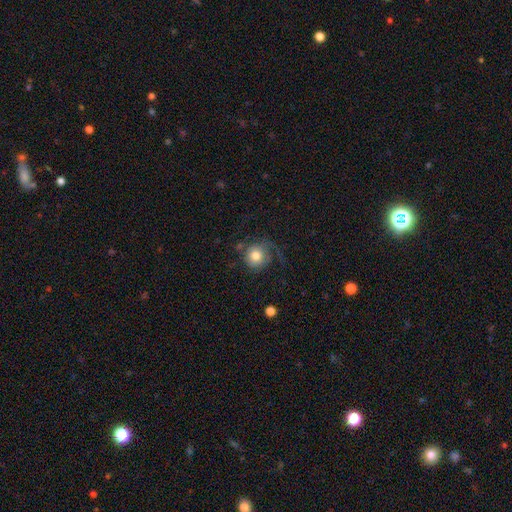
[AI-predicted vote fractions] Q: Smooth or featured?
A: smooth (74%); runner-up: featured or disk (18%)
Q: How rounded?
A: round (88%); runner-up: in between (11%)
Q: Merging?
A: none (50%); runner-up: major disturbance (24%)